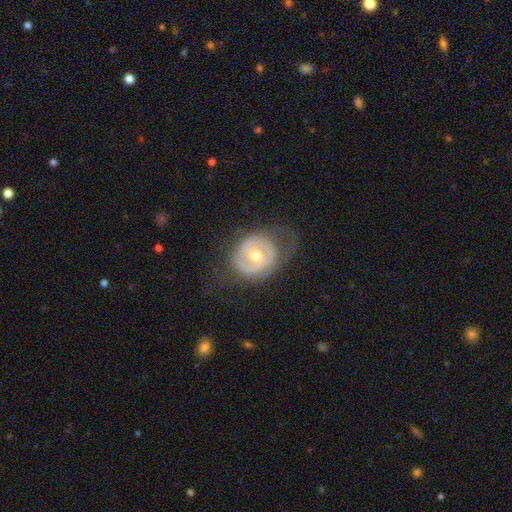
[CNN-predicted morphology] This is likely a featured or disk galaxy (63%). It is clearly not viewed edge-on (96%). Bar: likely no (63%). Spiral arm pattern: possibly no (55%). Central bulge: likely moderate (61%). Merging: possibly none (53%).